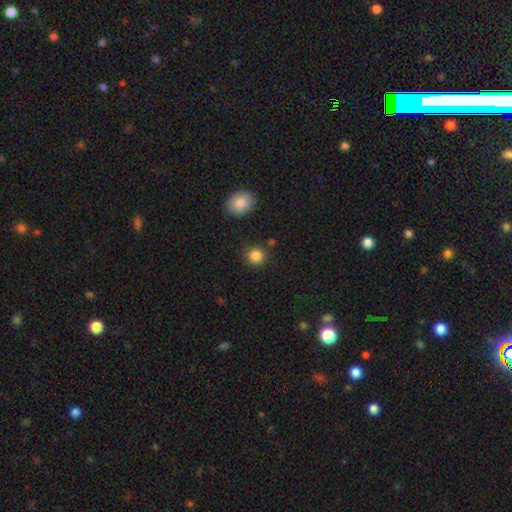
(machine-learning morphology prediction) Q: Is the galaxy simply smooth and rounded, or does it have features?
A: smooth — 86%.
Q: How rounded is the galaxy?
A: round — 88%.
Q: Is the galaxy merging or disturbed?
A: none — 85%.